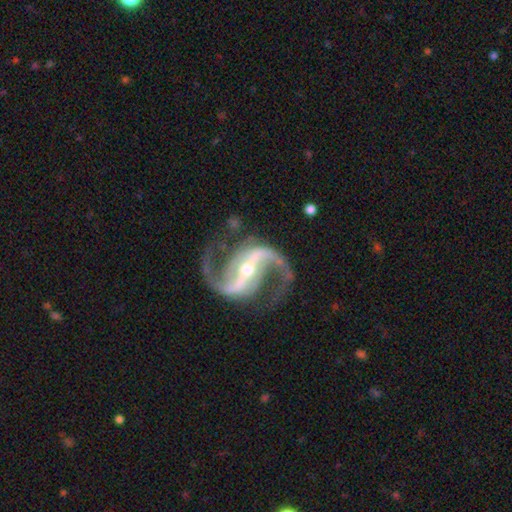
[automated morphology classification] The model was most divided on "bulge size": small: 48%, moderate: 47%, large: 3%, none: 1%, dominant: 1%. More confident: spiral arms — yes (98%); edge-on disk — no (97%); spiral arm count — 2 (94%); smooth or featured — featured or disk (94%); merging — none (76%); bar — strong (75%); spiral winding — medium (52%).